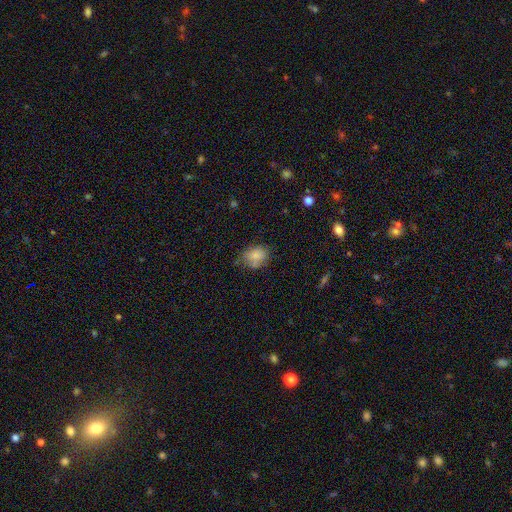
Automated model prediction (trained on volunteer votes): Q: Smooth or featured?
A: smooth (81%); runner-up: star or artifact (10%)
Q: How rounded?
A: in between (60%); runner-up: round (38%)
Q: Merging?
A: none (57%); runner-up: minor disturbance (26%)